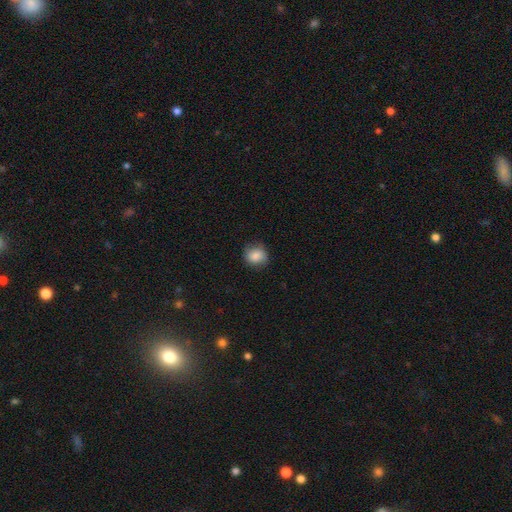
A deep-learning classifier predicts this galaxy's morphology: Overall: smooth (85%). How rounded: round (75%). Merging: none (79%).